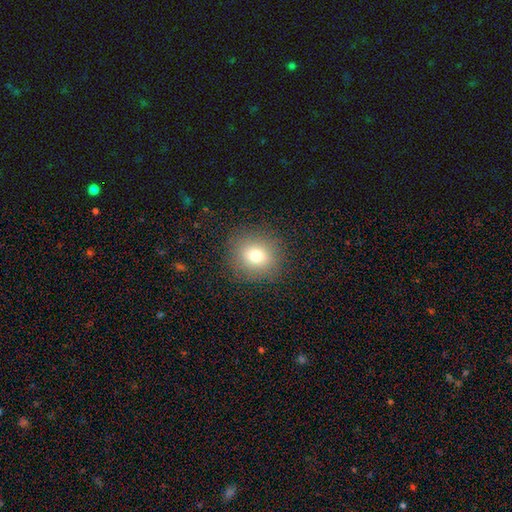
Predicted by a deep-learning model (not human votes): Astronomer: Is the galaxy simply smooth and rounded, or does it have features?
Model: smooth — 76%.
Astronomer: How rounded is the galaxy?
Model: round — 84%.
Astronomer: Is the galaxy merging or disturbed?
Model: none — 88%.